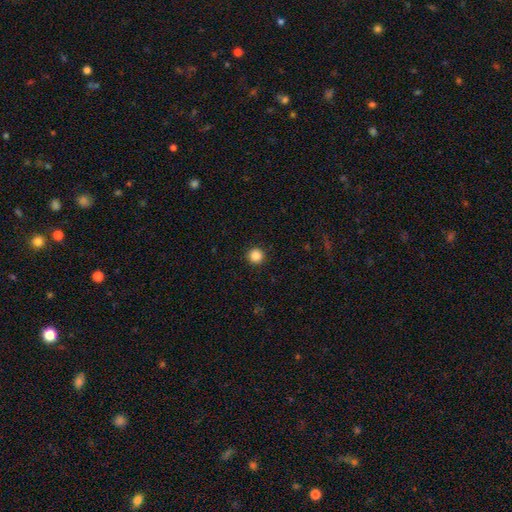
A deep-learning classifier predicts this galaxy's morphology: smooth 86%, star or artifact 11%, featured or disk 3%. Down the decision tree: how rounded — round (96%); merging — none (93%).